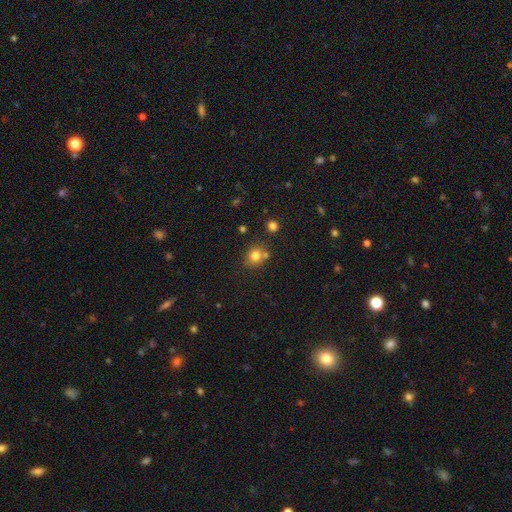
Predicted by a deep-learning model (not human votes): smooth 78%, star or artifact 13%, featured or disk 8%. Down the decision tree: how rounded — round (78%); merging — none (65%).